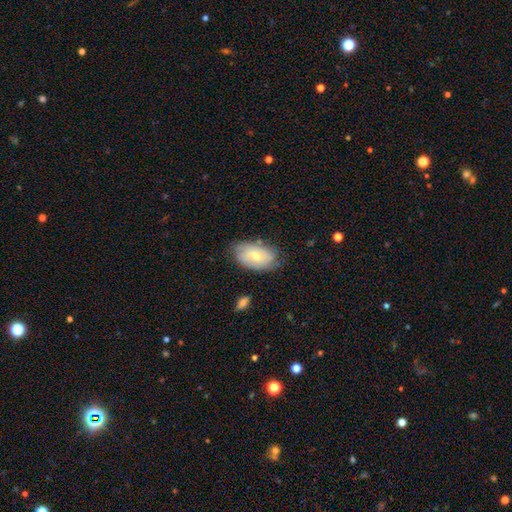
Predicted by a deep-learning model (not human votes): Morphology: type=smooth (52%); roundness=in between (91%); merging=none (69%).